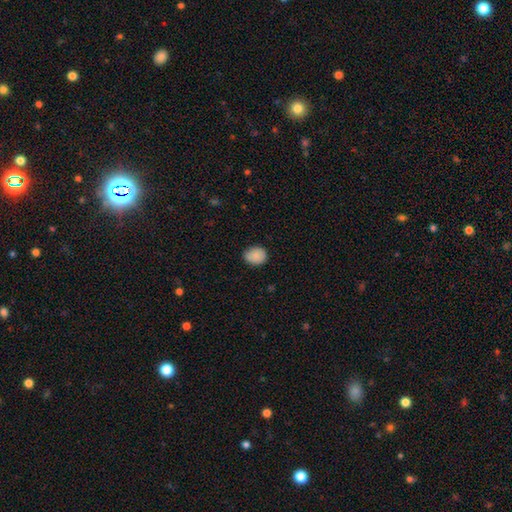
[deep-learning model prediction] Smooth or featured: smooth — 88% (star or artifact — 8%)
How rounded: round — 58% (in between — 41%)
Merging: none — 79% (minor disturbance — 17%)